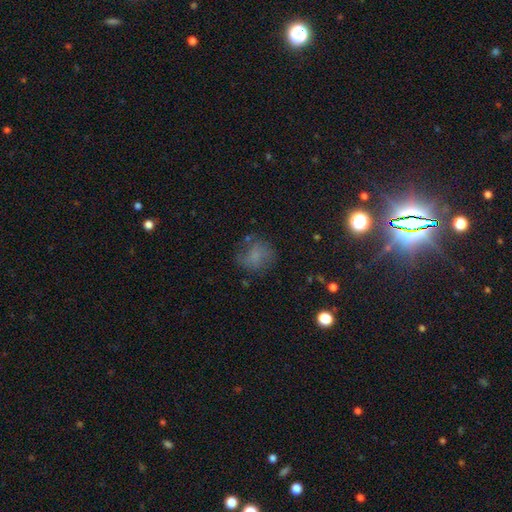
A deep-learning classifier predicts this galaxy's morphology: Smooth or featured? smooth (59%)
How rounded? round (74%)
Merging? none (63%)